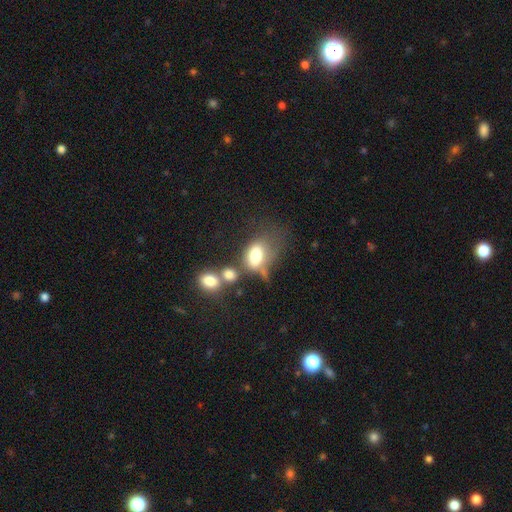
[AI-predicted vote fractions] Overall: smooth (74%). How rounded: in between (82%). Merging: merger (40%; none 25%).